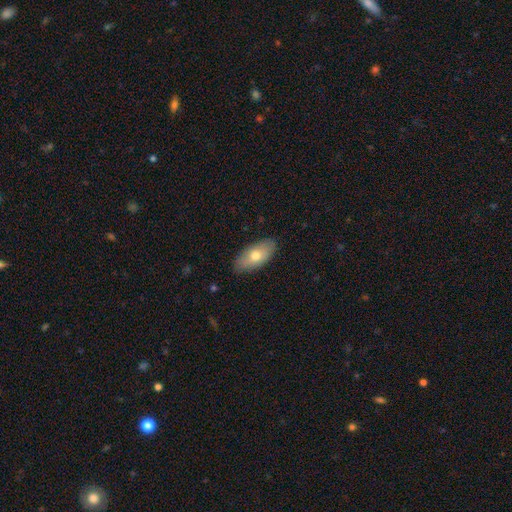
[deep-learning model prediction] This appears to be a smooth galaxy with no disk features (71%) that is in between round and cigar-shaped (89%). Merging: none (85%).